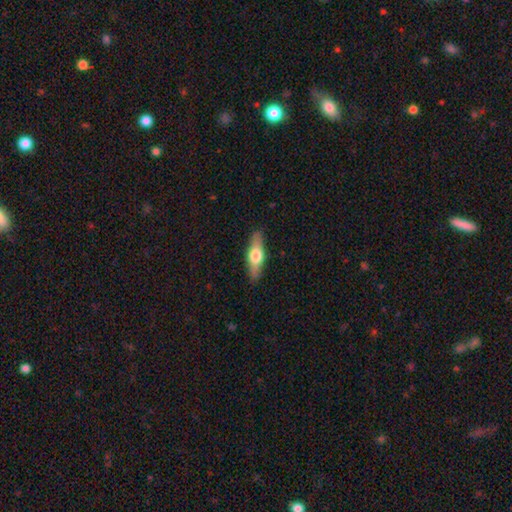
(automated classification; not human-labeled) Smooth or featured?
  - smooth: 49% *
  - featured or disk: 45%
  - star or artifact: 6%
Merging?
  - none: 88% *
  - minor disturbance: 9%
  - major disturbance: 2%
  - merger: 1%